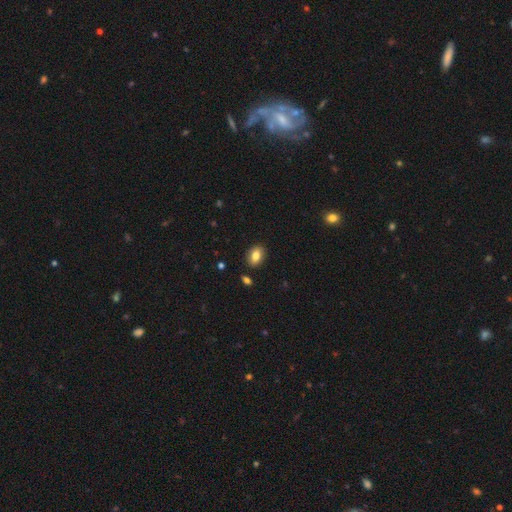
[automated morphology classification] The model was most divided on "how rounded": in between: 81%, round: 17%, cigar-shaped: 2%. More confident: merging — none (87%); smooth or featured — smooth (82%).